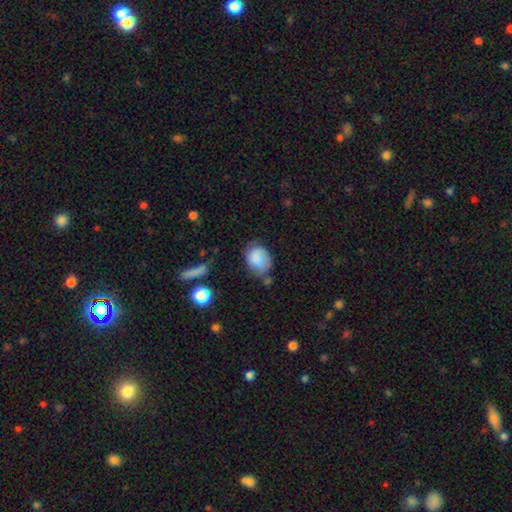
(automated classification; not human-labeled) Smooth or featured: smooth — 80% (featured or disk — 12%)
How rounded: in between — 62% (round — 37%)
Merging: none — 52% (minor disturbance — 32%)